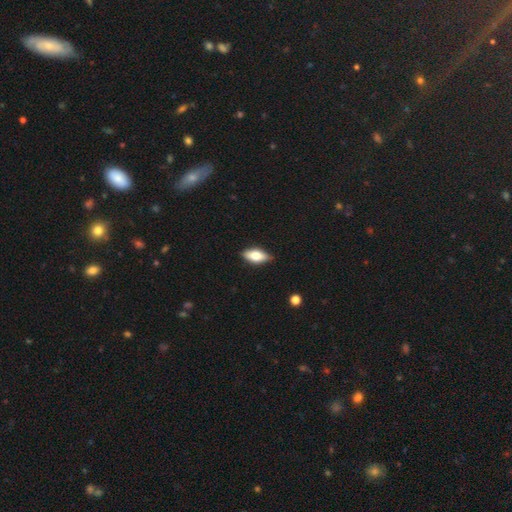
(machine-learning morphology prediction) This appears to be a smooth galaxy with no disk features (69%) that is in between round and cigar-shaped (83%). Merging: none (85%).